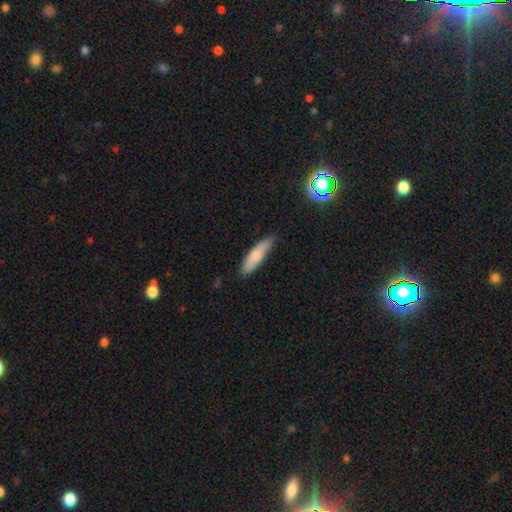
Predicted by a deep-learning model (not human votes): Q: Smooth or featured?
A: smooth (76%); runner-up: featured or disk (18%)
Q: How rounded?
A: cigar-shaped (72%); runner-up: in between (27%)
Q: Merging?
A: none (83%); runner-up: minor disturbance (13%)